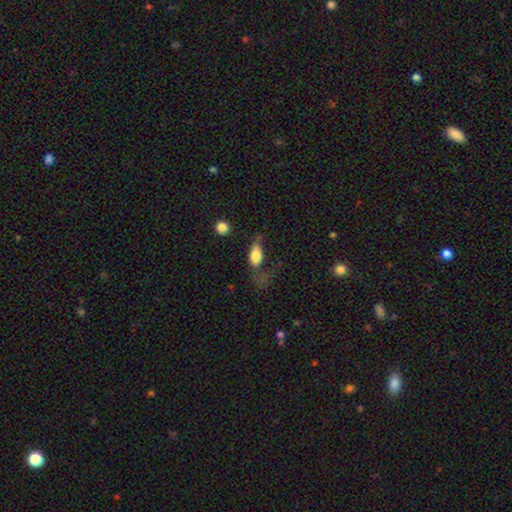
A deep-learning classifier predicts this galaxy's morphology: type=smooth (81%); roundness=in between (88%); merging=none (36%).